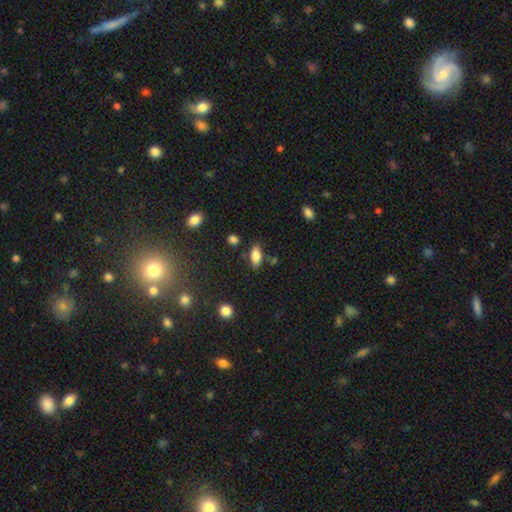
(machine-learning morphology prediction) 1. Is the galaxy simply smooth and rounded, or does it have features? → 81% smooth, 11% featured or disk, 8% star or artifact.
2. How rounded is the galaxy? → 87% in between, 10% cigar-shaped, 3% round.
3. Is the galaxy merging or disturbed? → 79% none, 13% minor disturbance, 5% merger, 3% major disturbance.